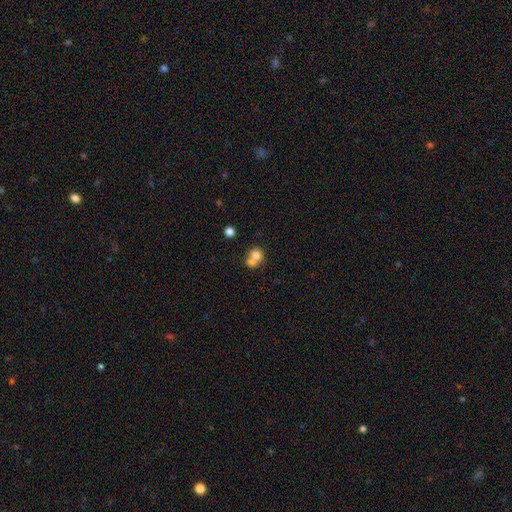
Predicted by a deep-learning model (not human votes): Smooth or featured?
  - smooth: 73% *
  - featured or disk: 16%
  - star or artifact: 10%
How rounded?
  - round: 75% *
  - in between: 25%
  - cigar-shaped: 1%
Merging?
  - merger: 62% *
  - none: 29%
  - minor disturbance: 6%
  - major disturbance: 3%